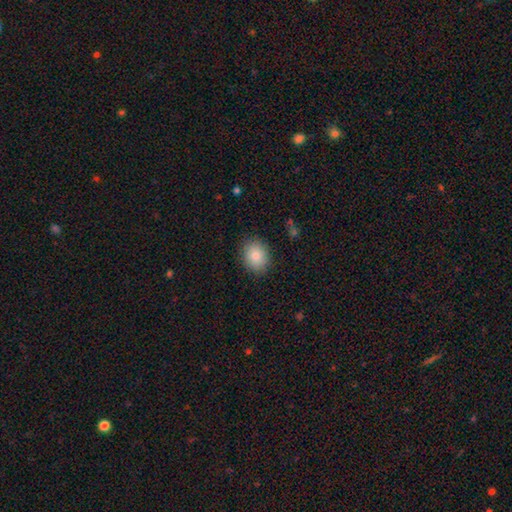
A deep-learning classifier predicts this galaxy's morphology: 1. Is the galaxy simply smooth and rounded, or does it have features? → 85% smooth, 8% star or artifact, 7% featured or disk.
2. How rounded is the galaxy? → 54% round, 46% in between, 1% cigar-shaped.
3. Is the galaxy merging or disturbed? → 87% none, 9% minor disturbance, 3% major disturbance, 1% merger.